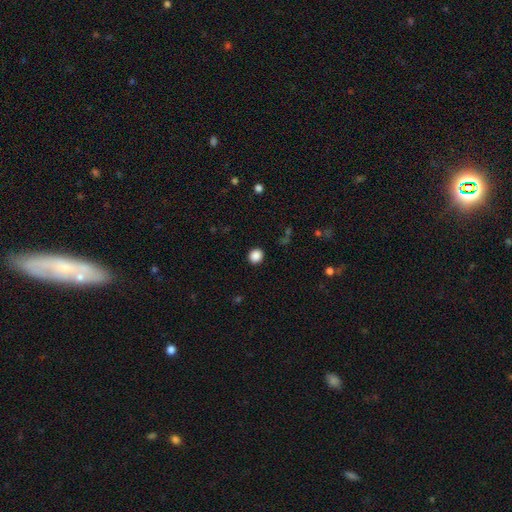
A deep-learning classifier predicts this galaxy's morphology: The model was most divided on "how rounded": round: 84%, in between: 15%, cigar-shaped: 1%. More confident: merging — none (91%); smooth or featured — smooth (87%).